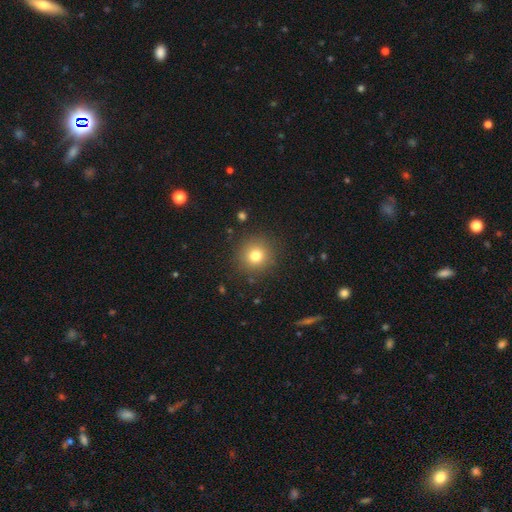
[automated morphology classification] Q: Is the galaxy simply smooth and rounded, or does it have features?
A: smooth — 78%.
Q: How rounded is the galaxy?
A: round — 94%.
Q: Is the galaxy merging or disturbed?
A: none — 89%.